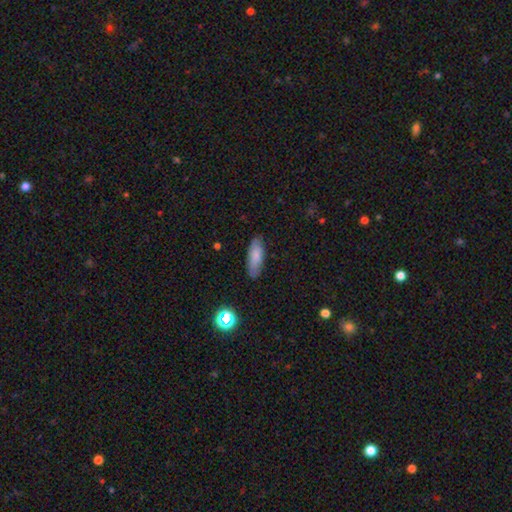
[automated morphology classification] smooth 80%, featured or disk 13%, star or artifact 7%. Down the decision tree: how rounded — in between (67%); merging — none (83%).